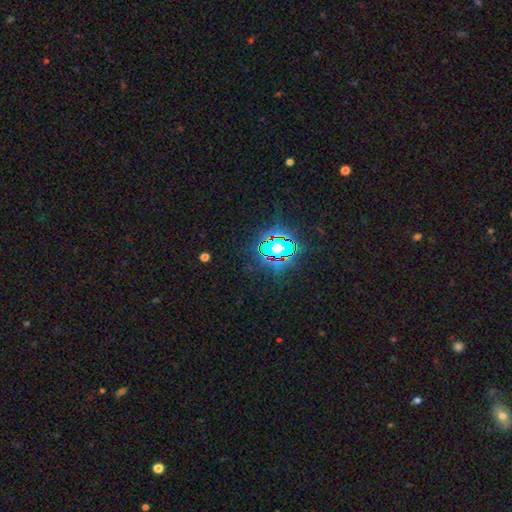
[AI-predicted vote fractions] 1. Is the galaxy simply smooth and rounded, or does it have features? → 83% star or artifact, 11% smooth, 6% featured or disk.